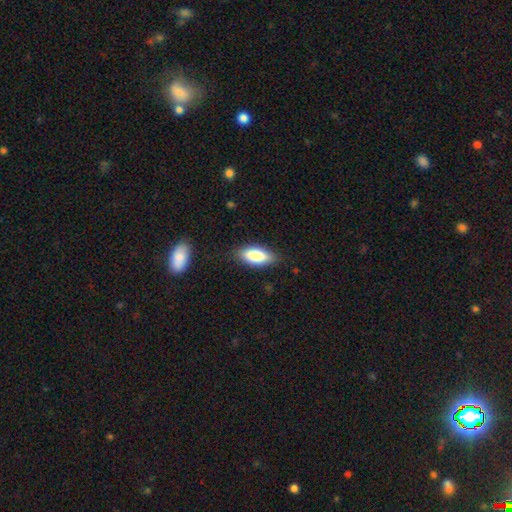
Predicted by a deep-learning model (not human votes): This is clearly a smooth galaxy (81%). How rounded: clearly in between (82%). Merging: clearly none (82%).